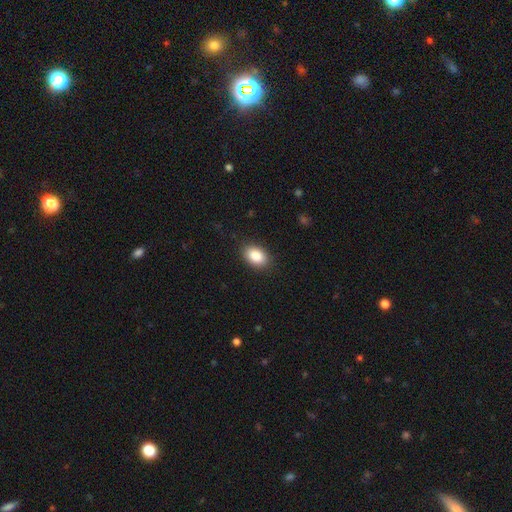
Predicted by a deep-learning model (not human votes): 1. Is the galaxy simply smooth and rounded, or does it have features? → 88% smooth, 7% star or artifact, 5% featured or disk.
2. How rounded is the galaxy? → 87% in between, 12% round, 1% cigar-shaped.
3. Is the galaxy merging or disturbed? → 87% none, 9% minor disturbance, 2% major disturbance, 1% merger.